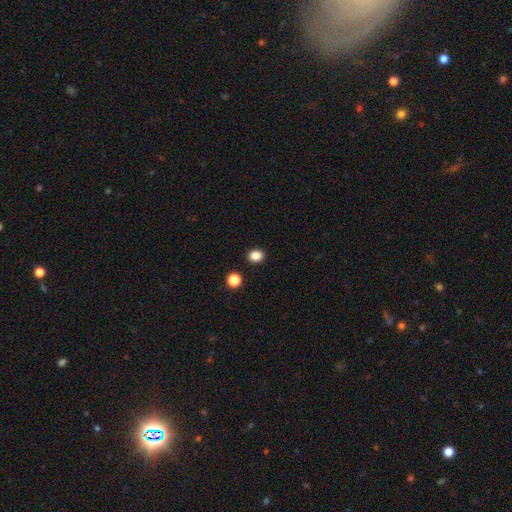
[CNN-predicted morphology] smooth 86%, star or artifact 11%, featured or disk 3%. Down the decision tree: how rounded — round (58%); merging — none (90%).